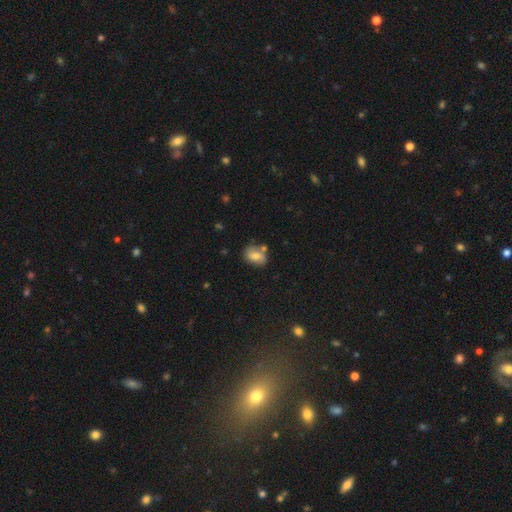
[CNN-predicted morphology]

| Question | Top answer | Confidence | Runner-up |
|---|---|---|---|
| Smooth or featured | smooth | 70% | featured or disk (21%) |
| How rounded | in between | 74% | round (24%) |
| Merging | none | 63% | minor disturbance (19%) |